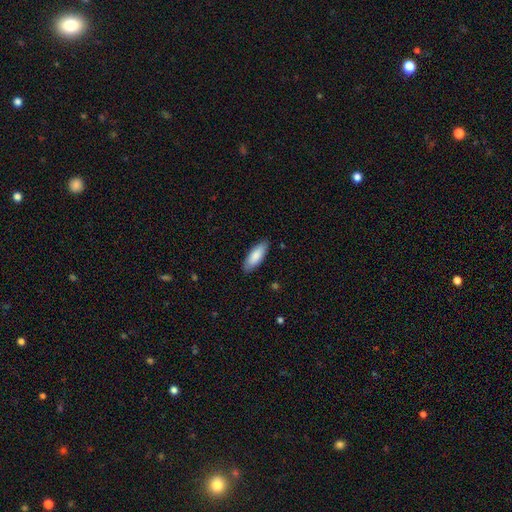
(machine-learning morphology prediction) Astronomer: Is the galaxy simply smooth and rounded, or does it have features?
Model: smooth — 86%.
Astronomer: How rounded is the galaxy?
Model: in between — 67%.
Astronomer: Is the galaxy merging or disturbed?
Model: none — 87%.